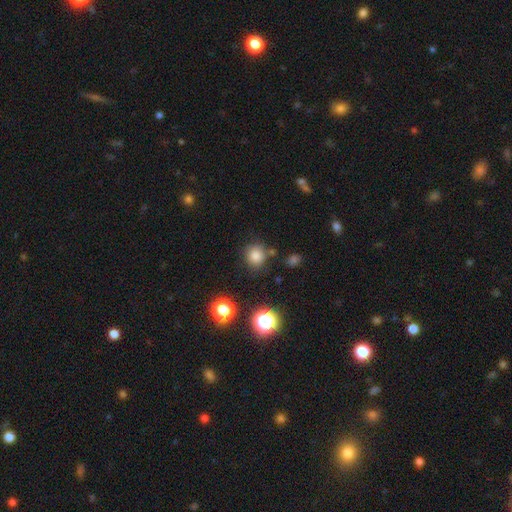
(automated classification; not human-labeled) This appears to be a smooth galaxy with no disk features (79%) that is round (87%). Merging: none (78%).